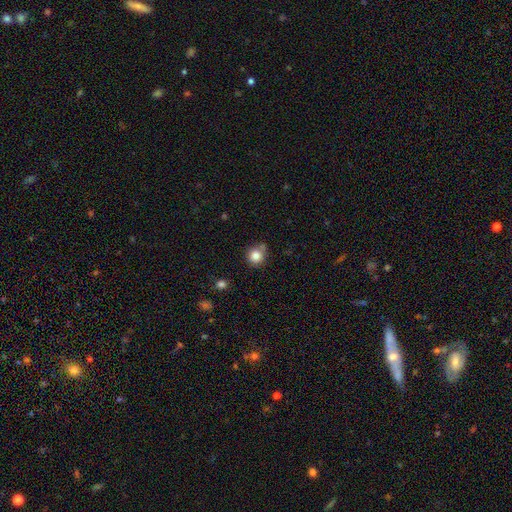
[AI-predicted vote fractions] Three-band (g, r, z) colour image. It shows a smooth galaxy with no disk features (83%) that is round (88%). Merging: none (68%).